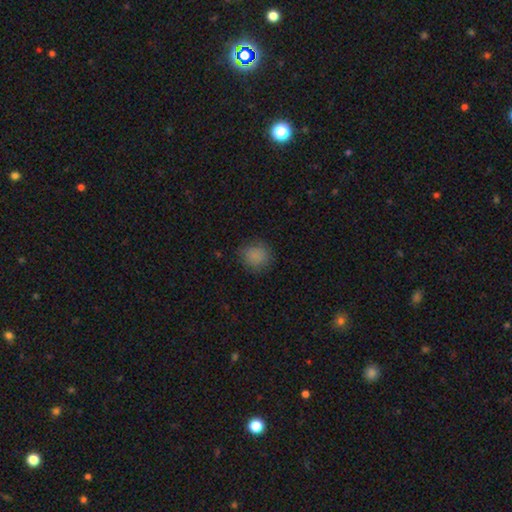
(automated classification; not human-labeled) Overall: smooth (85%). How rounded: round (81%). Merging: none (81%).